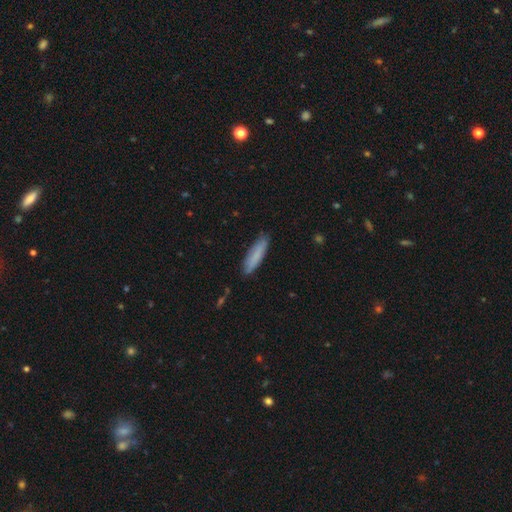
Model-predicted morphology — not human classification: A smooth galaxy with no disk features (82%) that is cigar-shaped (73%).

Vote fractions:
- Smooth or featured? smooth: 82% / featured or disk: 12% / star or artifact: 6%
- How rounded? cigar-shaped: 73% / in between: 26% / round: 1%
- Merging? none: 84% / minor disturbance: 13% / major disturbance: 2% / merger: 1%